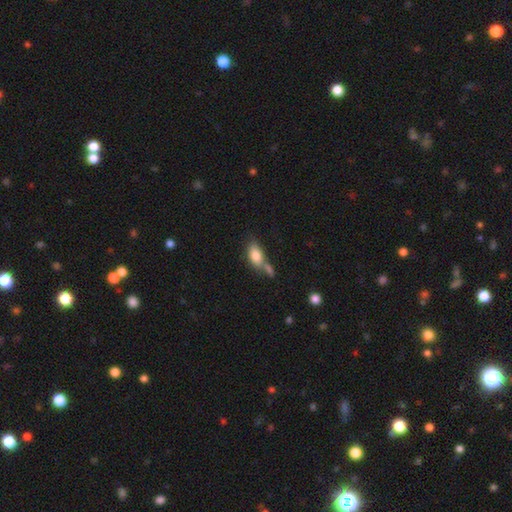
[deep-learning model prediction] smooth 80%, featured or disk 13%, star or artifact 7%. Down the decision tree: how rounded — in between (87%); merging — merger (39%).